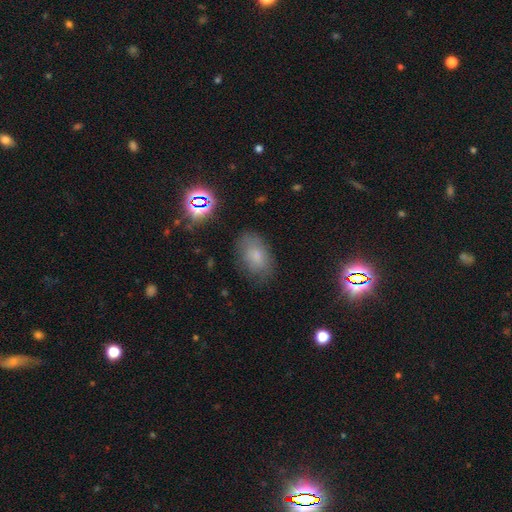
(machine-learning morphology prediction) smooth 69%, featured or disk 16%, star or artifact 15%. Down the decision tree: how rounded — in between (89%); merging — none (74%).